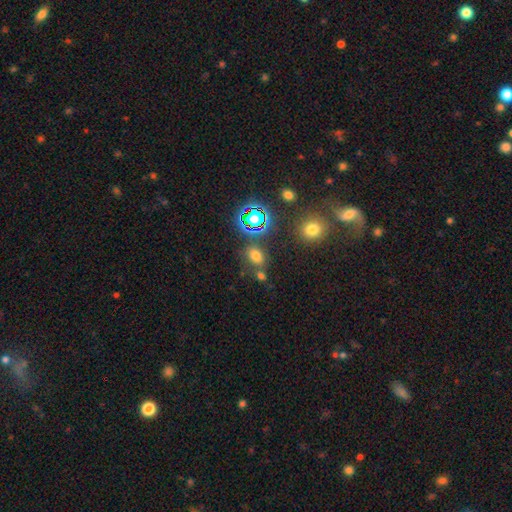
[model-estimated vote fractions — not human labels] smooth_or_featured: smooth (p=0.63) [alt: star or artifact p=0.28]
how_rounded: in between (p=0.74) [alt: round p=0.24]
merging: none (p=0.69) [alt: merger p=0.14]